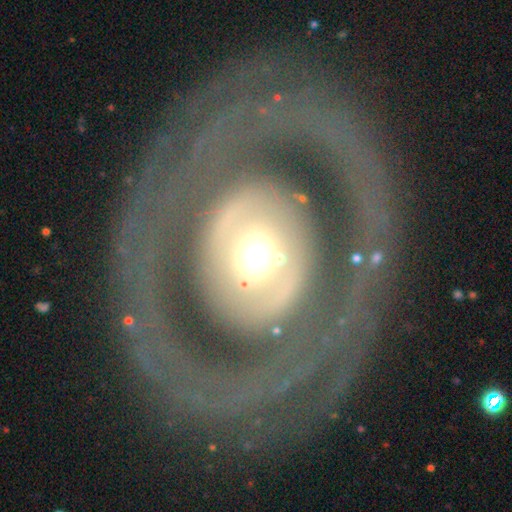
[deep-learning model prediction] Smooth or featured? featured or disk (65%)
Edge-on disk? no (94%)
Bar? no (51%)
Spiral arms? no (51%)
Bulge size? moderate (56%)
Merging? none (53%)